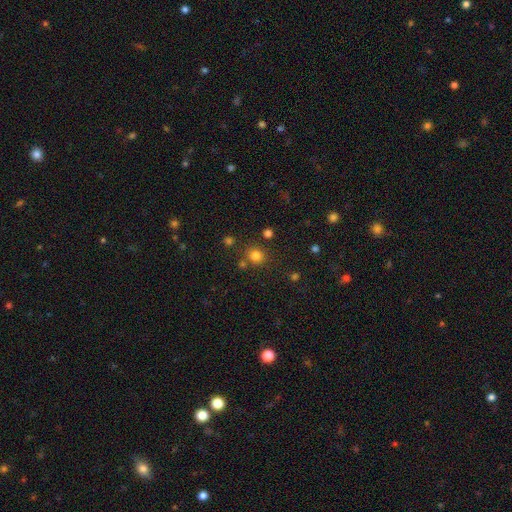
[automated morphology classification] A smooth galaxy with no disk features (79%) that is round (86%). Merging: none (80%).